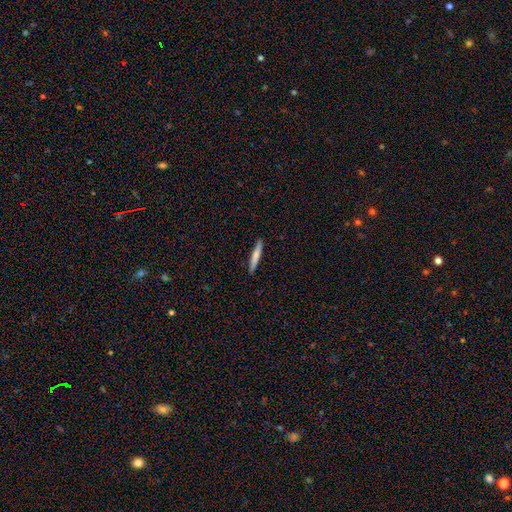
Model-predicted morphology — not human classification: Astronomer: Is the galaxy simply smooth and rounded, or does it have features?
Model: smooth — 66%.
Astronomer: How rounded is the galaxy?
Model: cigar-shaped — 94%.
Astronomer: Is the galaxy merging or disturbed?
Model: none — 90%.